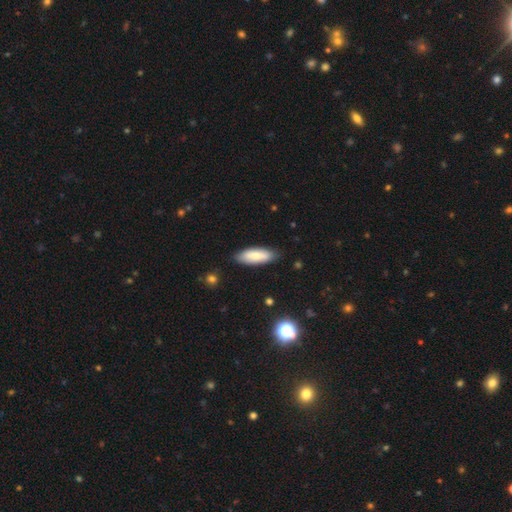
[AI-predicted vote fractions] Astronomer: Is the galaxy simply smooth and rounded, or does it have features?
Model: smooth — 74%.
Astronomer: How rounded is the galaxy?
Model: in between — 70%.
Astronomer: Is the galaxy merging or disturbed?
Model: none — 84%.